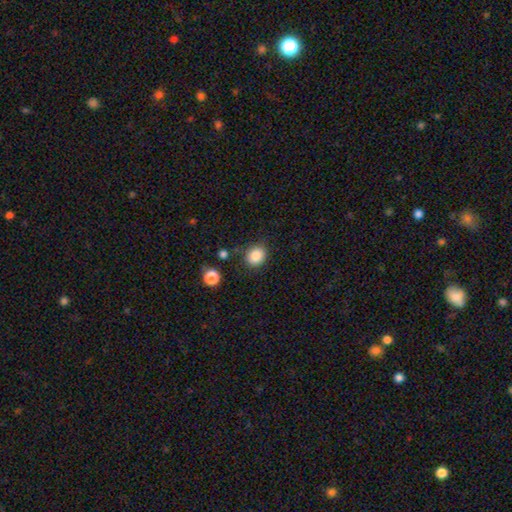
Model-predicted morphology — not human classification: This is clearly a smooth galaxy (86%). How rounded: likely round (63%). Merging: clearly none (82%).